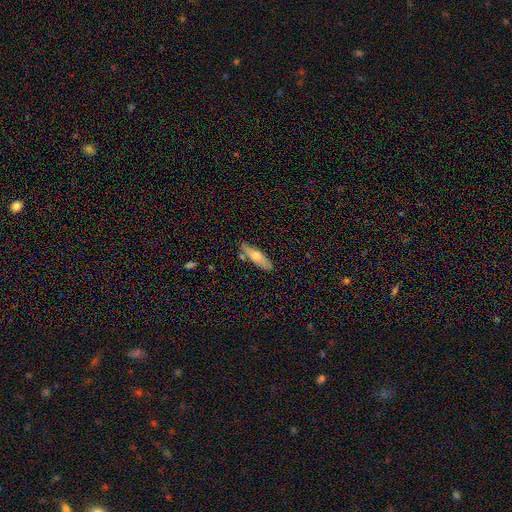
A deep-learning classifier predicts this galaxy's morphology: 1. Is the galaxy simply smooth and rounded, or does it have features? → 61% smooth, 32% featured or disk, 8% star or artifact.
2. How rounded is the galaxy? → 51% cigar-shaped, 46% in between, 2% round.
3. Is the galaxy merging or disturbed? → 78% none, 16% minor disturbance, 4% merger, 3% major disturbance.